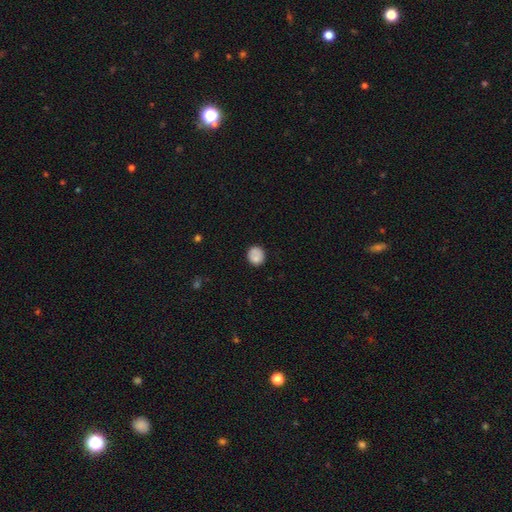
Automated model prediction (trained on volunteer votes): Overall: smooth (82%). How rounded: round (81%). Merging: none (76%).